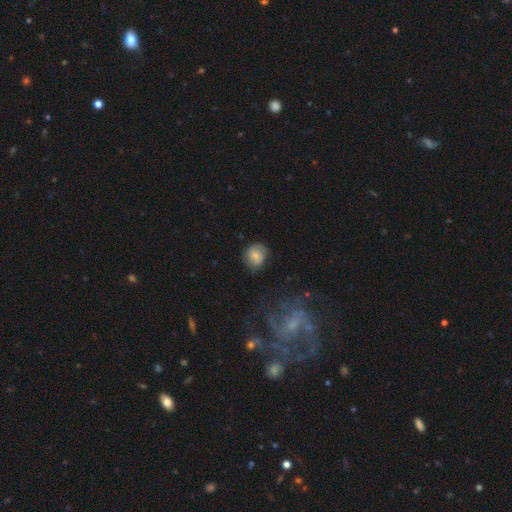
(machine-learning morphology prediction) smooth-or-featured: smooth: 69% | featured or disk: 22% | star or artifact: 9%
  how-rounded: round: 77% | in between: 22% | cigar-shaped: 1%
  merging: none: 72% | minor disturbance: 20% | major disturbance: 6% | merger: 2%